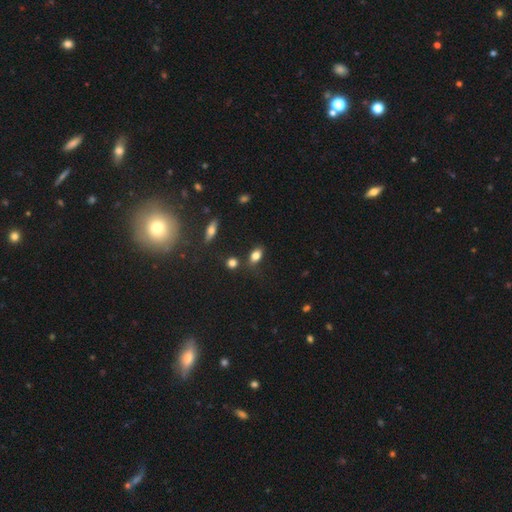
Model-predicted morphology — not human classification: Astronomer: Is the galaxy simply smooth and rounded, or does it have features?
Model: smooth — 81%.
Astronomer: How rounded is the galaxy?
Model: in between — 80%.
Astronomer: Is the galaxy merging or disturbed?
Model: none — 72%.